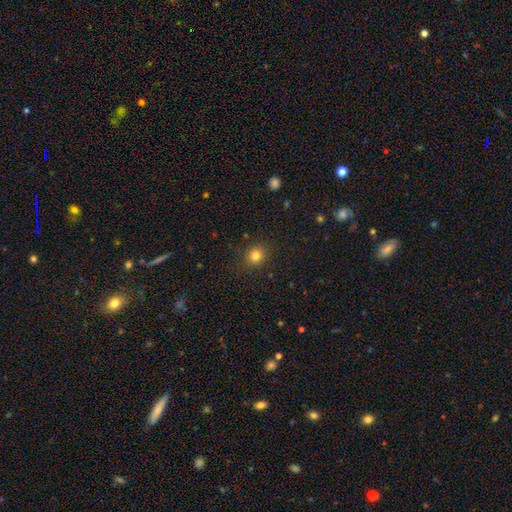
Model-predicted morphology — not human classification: Smooth or featured: smooth — 81% (star or artifact — 13%)
How rounded: round — 75% (in between — 24%)
Merging: none — 88% (minor disturbance — 8%)